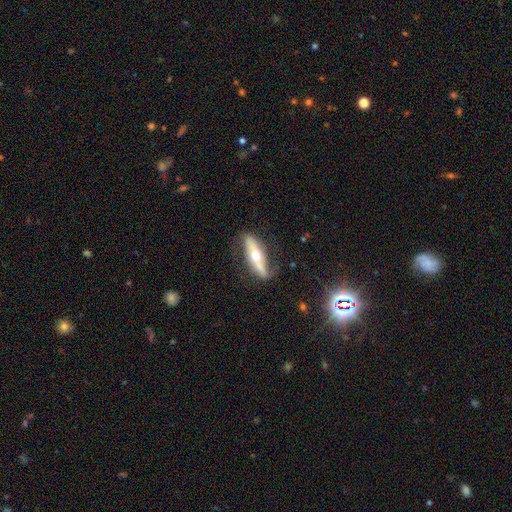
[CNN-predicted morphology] This is likely a featured or disk galaxy (64%). It is likely viewed edge-on (61%). Merging: likely none (70%).